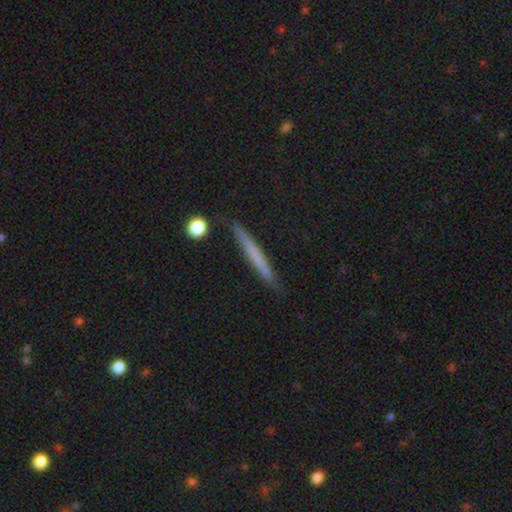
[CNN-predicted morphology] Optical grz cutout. It shows a smooth galaxy with no disk features (56%) that is cigar-shaped (96%). Merging: none (88%).